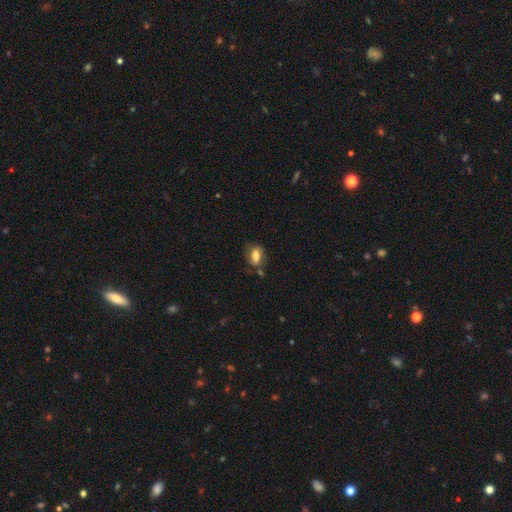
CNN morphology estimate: A smooth galaxy with no disk features (69%) that is in between round and cigar-shaped (84%). Merging: none (57%).